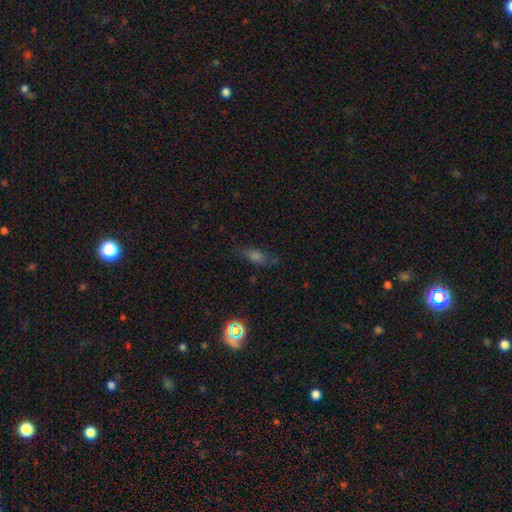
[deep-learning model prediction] A smooth galaxy with no disk features (48%). Merging: none (71%).